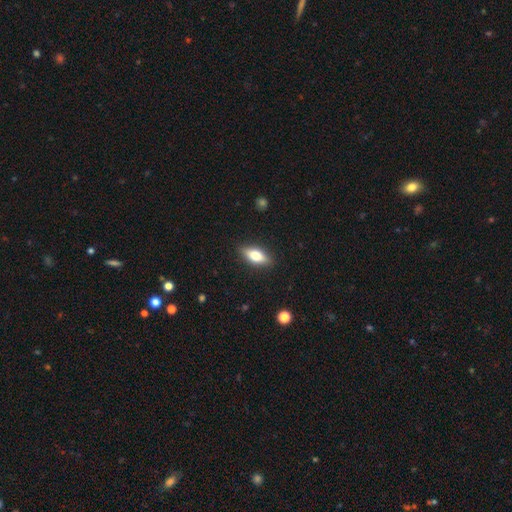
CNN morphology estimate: A smooth galaxy with no disk features (67%) that is in between round and cigar-shaped (73%). Merging: none (87%).